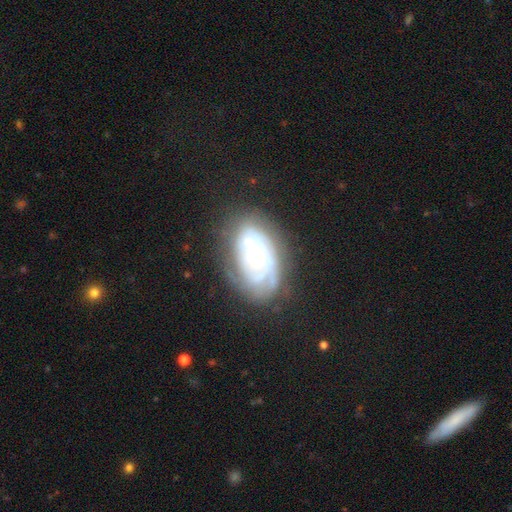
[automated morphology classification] Overall: featured or disk (80%). Edge-on disk: no (95%). Bar: no (79%). Spiral arms: yes (82%). Spiral arm count: can't tell (45%; 2 23%). Spiral winding: tight (75%). Bulge size: moderate (66%). Merging: none (66%).